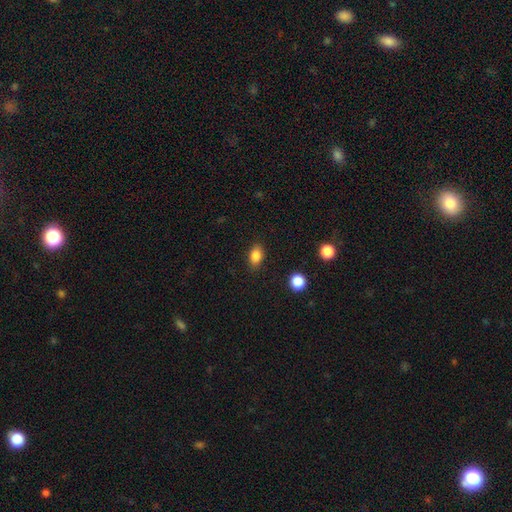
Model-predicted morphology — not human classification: Smooth or featured: smooth — 85% (star or artifact — 10%)
How rounded: in between — 81% (round — 17%)
Merging: none — 84% (minor disturbance — 11%)